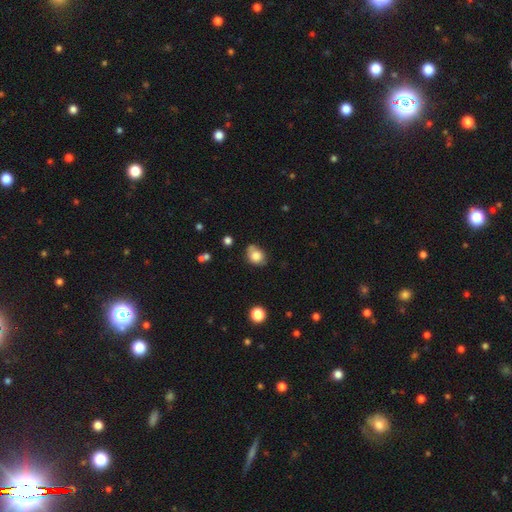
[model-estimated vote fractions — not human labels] Overall: smooth (80%). How rounded: round (51%; in between 48%). Merging: none (59%; minor disturbance 28%).